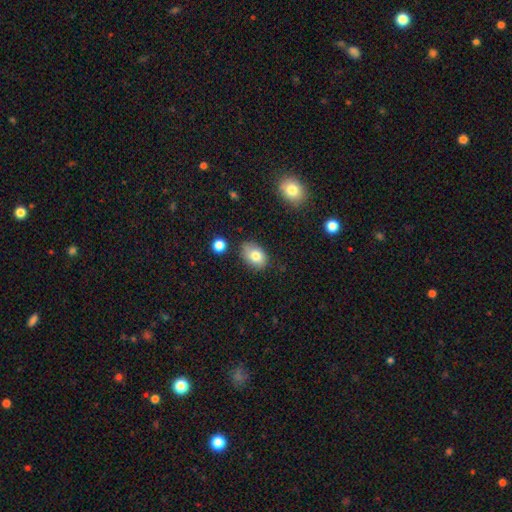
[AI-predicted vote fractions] A smooth galaxy with no disk features (79%) that is in between round and cigar-shaped (80%).

Vote fractions:
- Smooth or featured? smooth: 79% / featured or disk: 12% / star or artifact: 9%
- How rounded? in between: 80% / round: 19% / cigar-shaped: 1%
- Merging? none: 70% / minor disturbance: 22% / major disturbance: 4% / merger: 4%